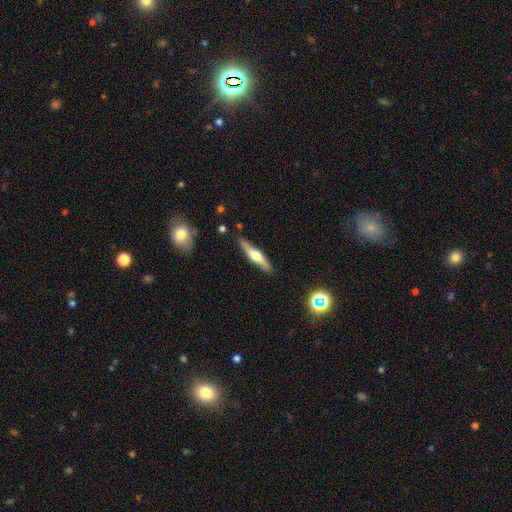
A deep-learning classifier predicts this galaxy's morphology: This is likely a featured or disk galaxy (62%). It is clearly viewed edge-on (95%). Edge-on bulge: clearly rounded (93%). Merging: clearly none (84%).